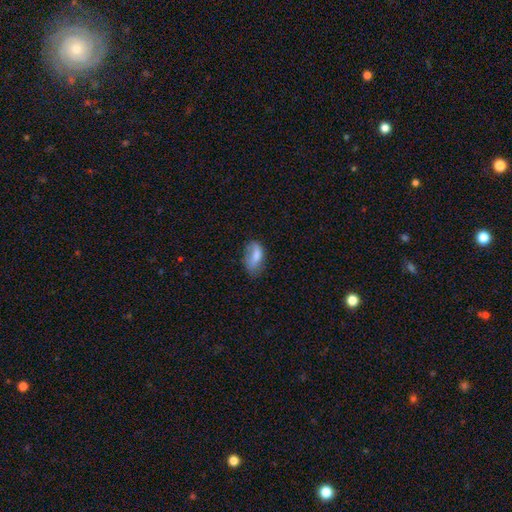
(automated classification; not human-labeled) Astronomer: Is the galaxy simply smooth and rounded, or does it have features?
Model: smooth — 75%.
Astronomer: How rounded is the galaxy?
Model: in between — 90%.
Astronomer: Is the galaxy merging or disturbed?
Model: none — 47% (runner-up: minor disturbance, 34%).